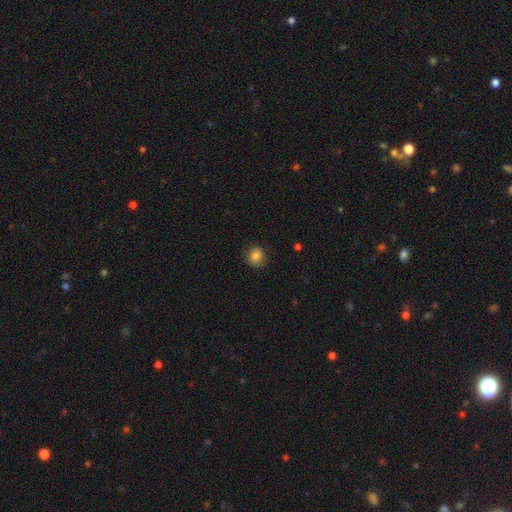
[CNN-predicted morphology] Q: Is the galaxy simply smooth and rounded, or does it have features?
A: smooth — 83%.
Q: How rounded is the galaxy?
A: round — 83%.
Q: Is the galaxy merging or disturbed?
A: none — 84%.